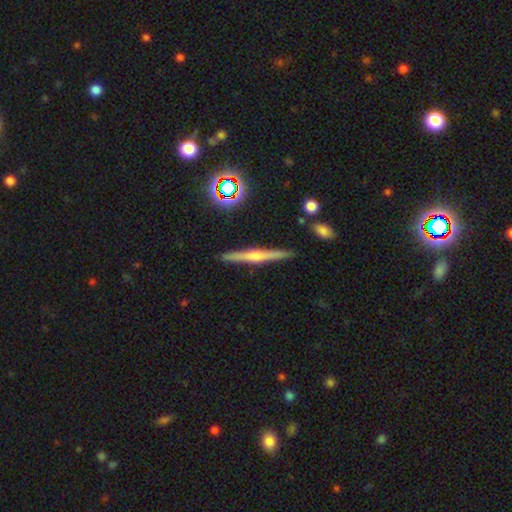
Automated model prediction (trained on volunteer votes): Morphology: type=featured or disk (68%); edge-on=yes (98%); edge-on bulge=rounded (78%); merging=none (91%).